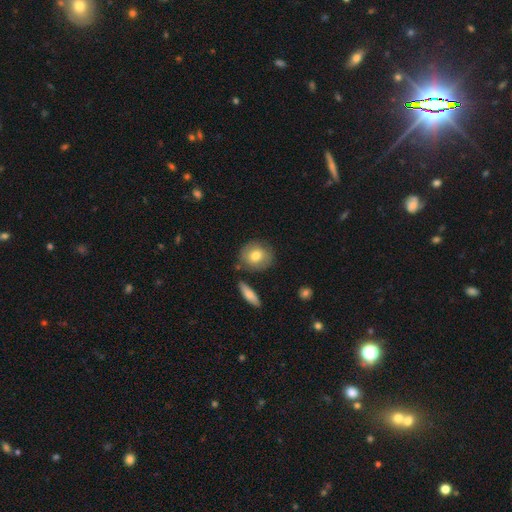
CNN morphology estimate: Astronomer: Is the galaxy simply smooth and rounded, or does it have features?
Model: smooth — 75%.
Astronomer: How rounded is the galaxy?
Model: round — 77%.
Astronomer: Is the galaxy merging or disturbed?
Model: none — 76%.